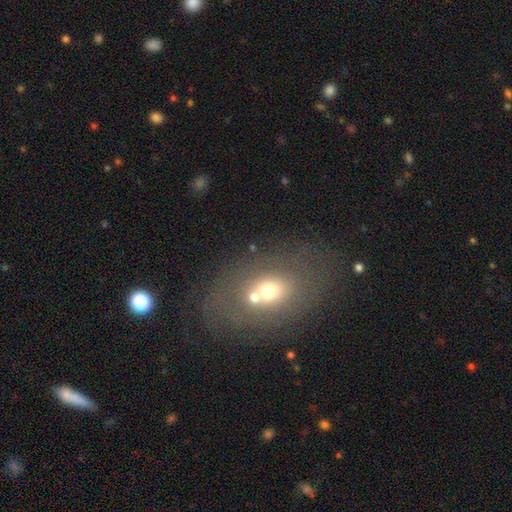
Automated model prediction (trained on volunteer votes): Q: Smooth or featured?
A: smooth (54%); runner-up: featured or disk (27%)
Q: How rounded?
A: in between (82%); runner-up: round (15%)
Q: Merging?
A: none (70%); runner-up: merger (13%)